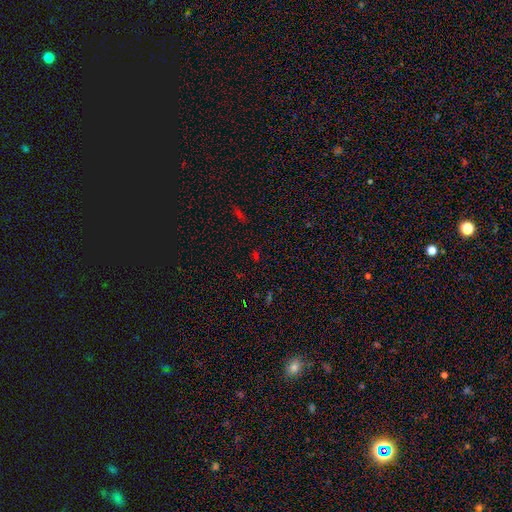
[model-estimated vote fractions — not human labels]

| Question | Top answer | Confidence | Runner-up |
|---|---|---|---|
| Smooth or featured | star or artifact | 56% | smooth (36%) |